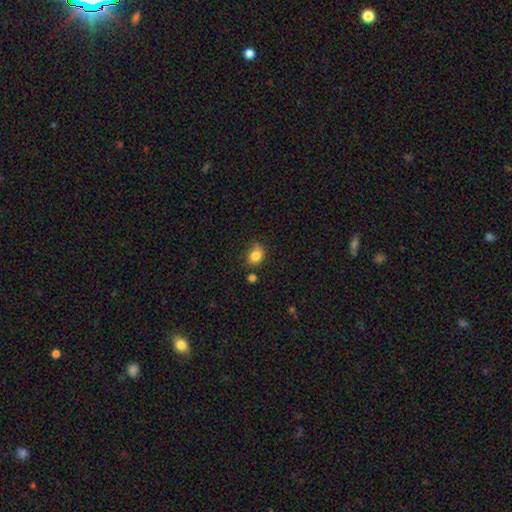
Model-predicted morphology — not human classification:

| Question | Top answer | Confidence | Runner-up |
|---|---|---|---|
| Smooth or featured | smooth | 82% | star or artifact (11%) |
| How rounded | in between | 51% | round (48%) |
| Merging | none | 57% | minor disturbance (29%) |